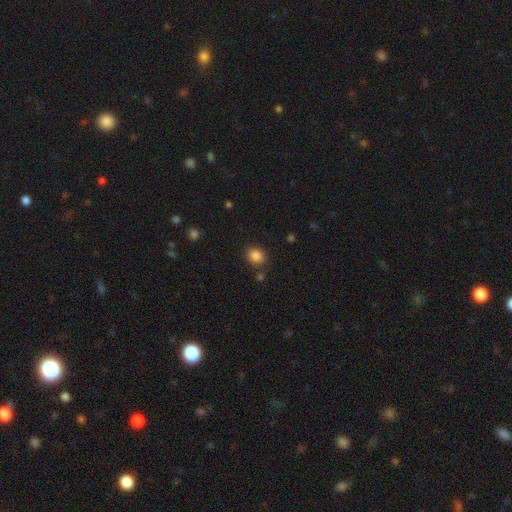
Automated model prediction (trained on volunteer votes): Smooth or featured? Predicted: smooth (p=0.85). How rounded? Predicted: round (p=0.71). Merging? Predicted: none (p=0.83).